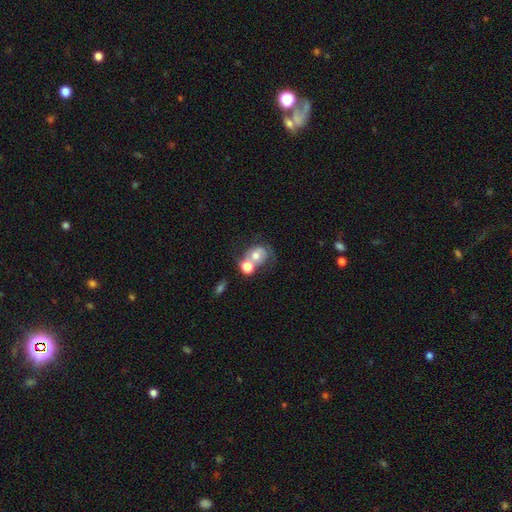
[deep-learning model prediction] smooth_or_featured: smooth (p=0.55) [alt: featured or disk p=0.35]
how_rounded: round (p=0.59) [alt: in between p=0.40]
merging: merger (p=0.53) [alt: none p=0.24]